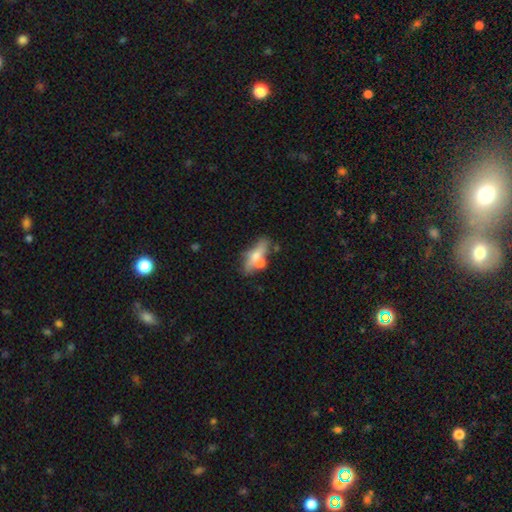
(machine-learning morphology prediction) A smooth galaxy with no disk features (54%) that is in between round and cigar-shaped (53%).

Vote fractions:
- Smooth or featured? smooth: 54% / featured or disk: 37% / star or artifact: 9%
- How rounded? in between: 53% / cigar-shaped: 40% / round: 7%
- Merging? none: 50% / merger: 26% / minor disturbance: 17% / major disturbance: 8%